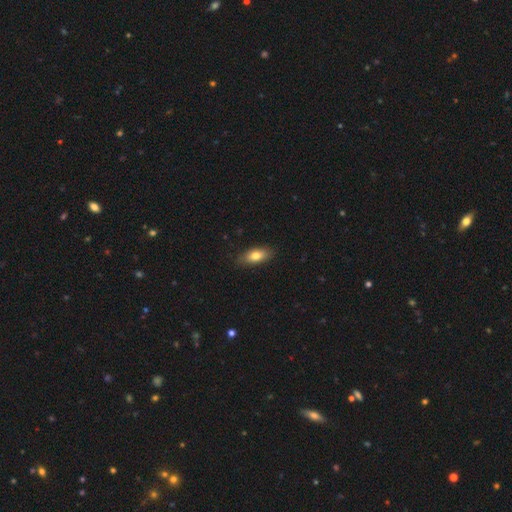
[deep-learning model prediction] This appears to be a smooth galaxy with no disk features (76%) that is in between round and cigar-shaped (78%). Merging: none (84%).